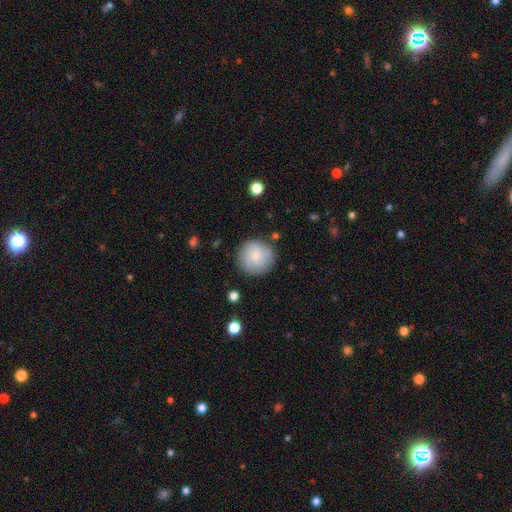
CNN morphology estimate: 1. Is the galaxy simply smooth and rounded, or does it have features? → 74% smooth, 20% featured or disk, 7% star or artifact.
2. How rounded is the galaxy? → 95% round, 4% in between, 1% cigar-shaped.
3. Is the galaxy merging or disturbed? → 83% none, 12% minor disturbance, 3% major disturbance, 2% merger.